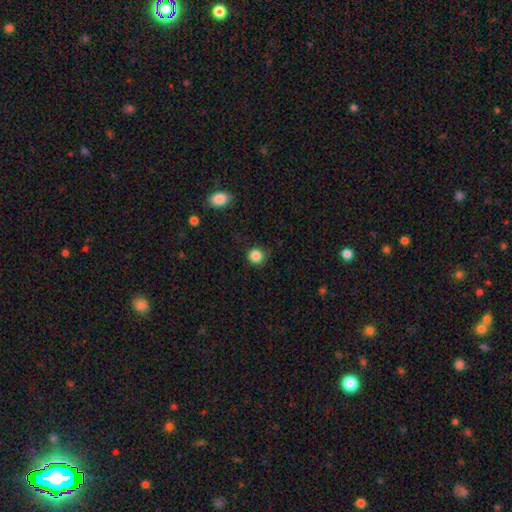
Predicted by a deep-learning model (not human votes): Morphology: type=smooth (86%); roundness=round (92%); merging=none (87%).